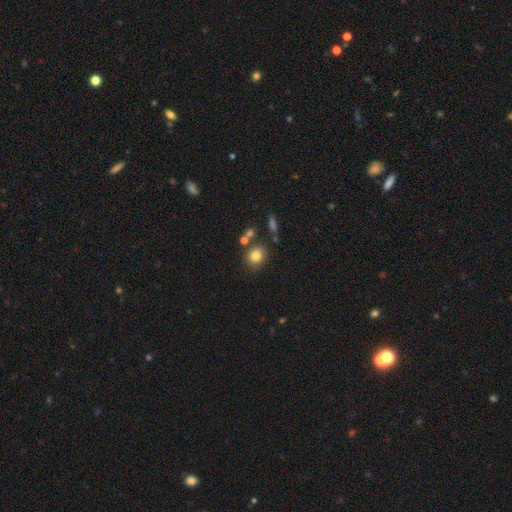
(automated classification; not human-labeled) smooth_or_featured: smooth (p=0.81) [alt: star or artifact p=0.11]
how_rounded: round (p=0.74) [alt: in between p=0.25]
merging: none (p=0.75) [alt: minor disturbance p=0.11]